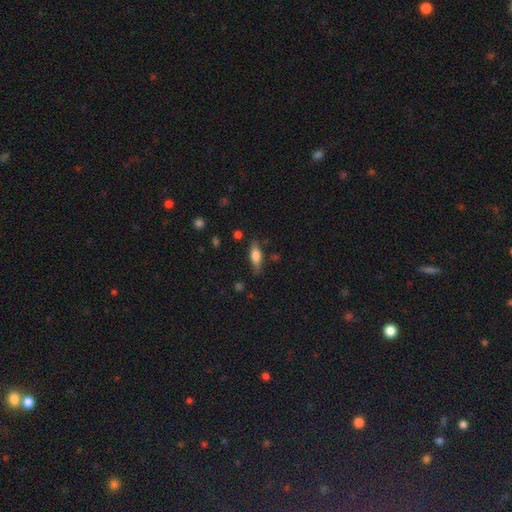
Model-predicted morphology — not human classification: Smooth or featured? smooth (64%)
How rounded? in between (61%)
Merging? none (74%)